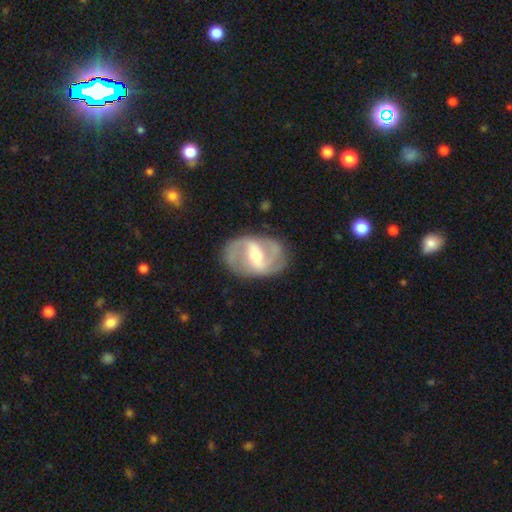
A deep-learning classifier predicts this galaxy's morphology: smooth-or-featured: featured or disk: 83% | smooth: 12% | star or artifact: 5%
  disk-edge-on: no: 96% | yes: 4%
    bar: strong: 50% | weak: 40% | no: 11%
    has-spiral-arms: yes: 89% | no: 11%
      spiral-winding: medium: 47% | loose: 29% | tight: 24%
      spiral-arm-count: 2: 68% | 3: 14% | can't tell: 11% | 4: 3% | 1: 3% | more than 4: 2%
    bulge-size: moderate: 62% | small: 29% | large: 7% | none: 2% | dominant: 1%
  merging: none: 77% | minor disturbance: 15% | major disturbance: 7% | merger: 1%